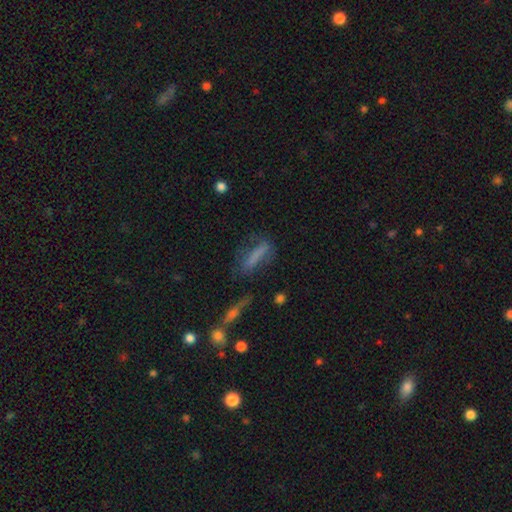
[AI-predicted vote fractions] smooth 64%, featured or disk 24%, star or artifact 13%. Down the decision tree: how rounded — cigar-shaped (72%); merging — none (53%).